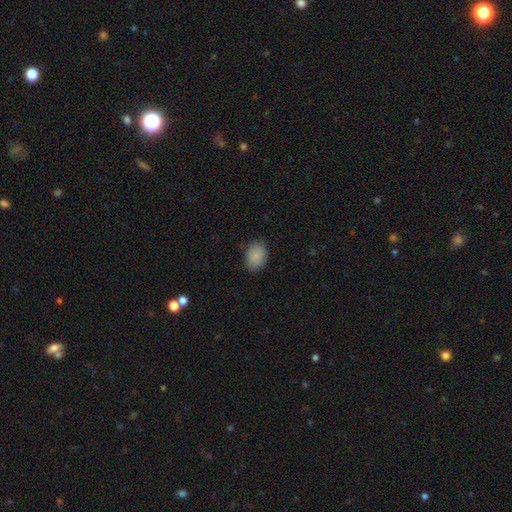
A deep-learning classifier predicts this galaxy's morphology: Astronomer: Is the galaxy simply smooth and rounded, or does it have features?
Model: smooth — 87%.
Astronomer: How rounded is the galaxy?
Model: in between — 73%.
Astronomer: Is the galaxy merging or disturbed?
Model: none — 81%.